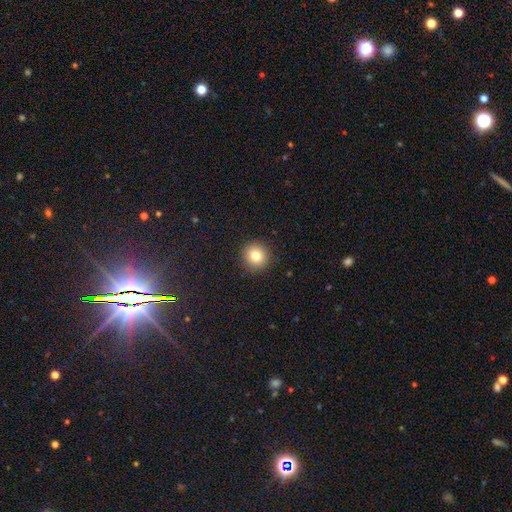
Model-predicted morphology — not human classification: smooth 81%, star or artifact 11%, featured or disk 8%. Down the decision tree: how rounded — round (93%); merging — none (92%).